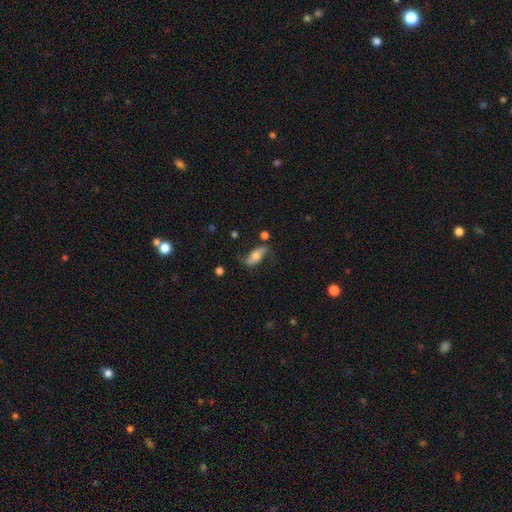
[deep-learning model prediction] featured or disk 58%, smooth 34%, star or artifact 8%. Down the decision tree: edge-on disk — no (82%); merging — none (65%).